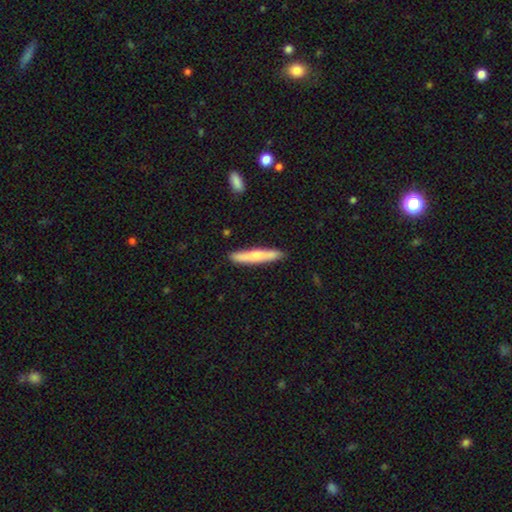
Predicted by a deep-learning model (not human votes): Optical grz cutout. It shows a smooth galaxy with no disk features (69%) that is cigar-shaped (93%). Merging: none (87%).